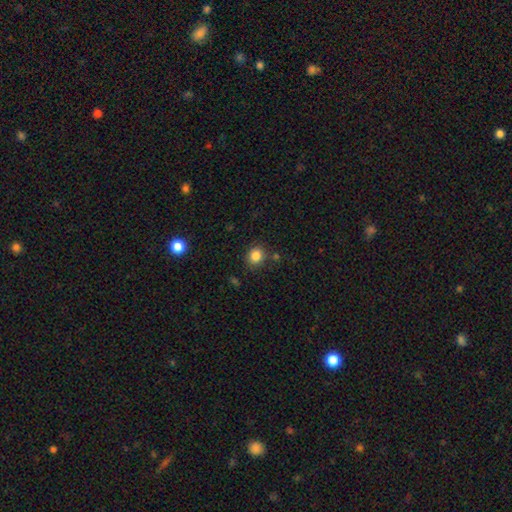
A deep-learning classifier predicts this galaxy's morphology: This appears to be a smooth galaxy with no disk features (85%) that is round (74%). Merging: none (82%).